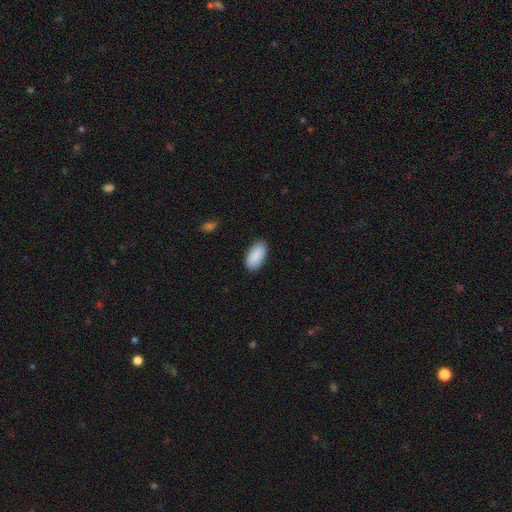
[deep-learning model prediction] A smooth galaxy with no disk features (90%) that is in between round and cigar-shaped (94%).

Vote fractions:
- Smooth or featured? smooth: 90% / star or artifact: 6% / featured or disk: 4%
- How rounded? in between: 94% / cigar-shaped: 4% / round: 2%
- Merging? none: 88% / minor disturbance: 9% / major disturbance: 2% / merger: 1%